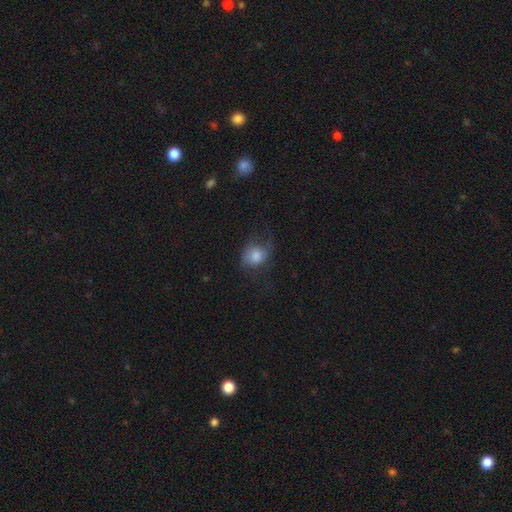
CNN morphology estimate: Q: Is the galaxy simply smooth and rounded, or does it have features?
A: smooth — 70%.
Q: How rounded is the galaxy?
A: round — 58%.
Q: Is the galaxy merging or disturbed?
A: none — 43%.